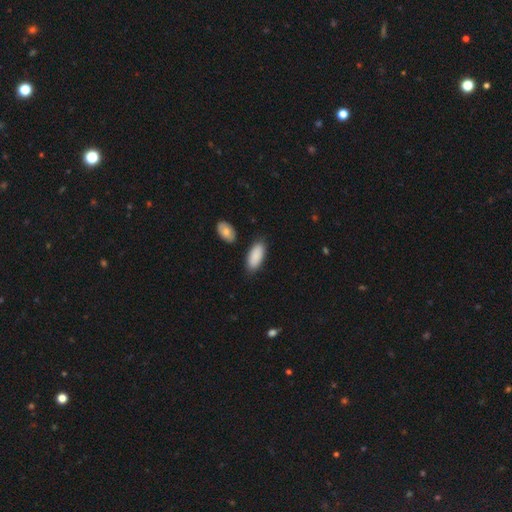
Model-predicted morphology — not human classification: A smooth galaxy with no disk features (90%) that is in between round and cigar-shaped (87%).

Vote fractions:
- Smooth or featured? smooth: 90% / star or artifact: 6% / featured or disk: 5%
- How rounded? in between: 87% / cigar-shaped: 11% / round: 2%
- Merging? none: 83% / minor disturbance: 11% / merger: 4% / major disturbance: 3%